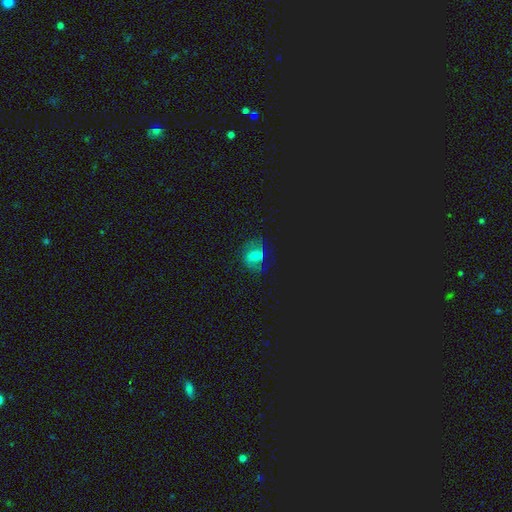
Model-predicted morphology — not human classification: Smooth or featured: smooth — 38% (featured or disk — 36%)
Merging: none — 64% (minor disturbance — 21%)